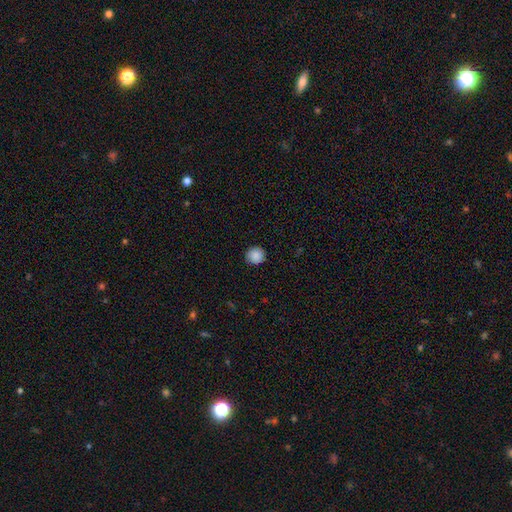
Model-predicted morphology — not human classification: Smooth or featured? smooth (89%)
How rounded? round (92%)
Merging? none (90%)